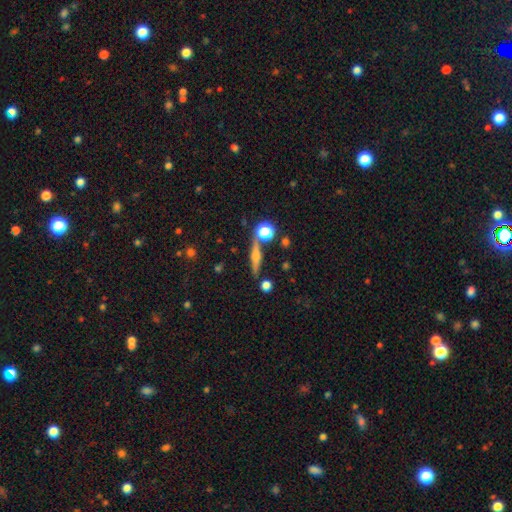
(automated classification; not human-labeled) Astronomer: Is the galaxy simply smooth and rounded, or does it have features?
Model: featured or disk — 66%.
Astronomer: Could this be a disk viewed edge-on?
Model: yes — 96%.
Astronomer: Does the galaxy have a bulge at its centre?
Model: rounded — 89%.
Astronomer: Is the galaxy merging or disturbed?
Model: none — 82%.